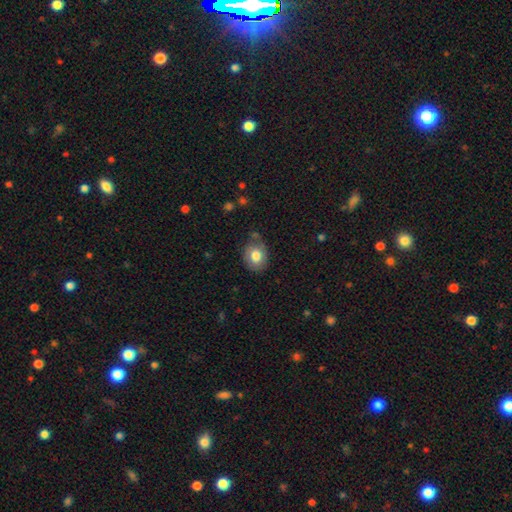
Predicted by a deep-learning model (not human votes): smooth_or_featured: smooth (p=0.77) [alt: featured or disk p=0.15]
how_rounded: in between (p=0.54) [alt: round p=0.45]
merging: none (p=0.68) [alt: minor disturbance p=0.22]